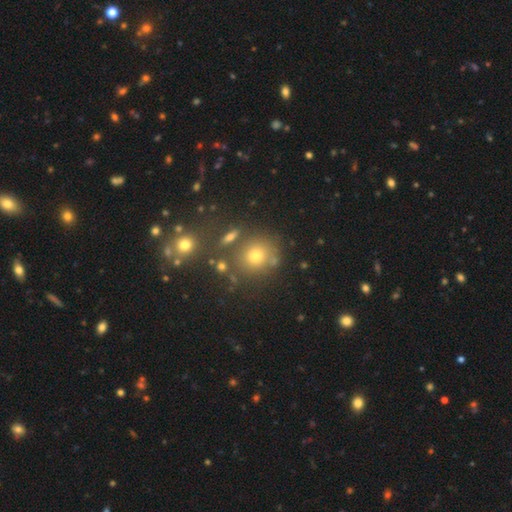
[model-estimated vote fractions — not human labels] Overall: smooth (69%). How rounded: round (85%). Merging: none (71%).